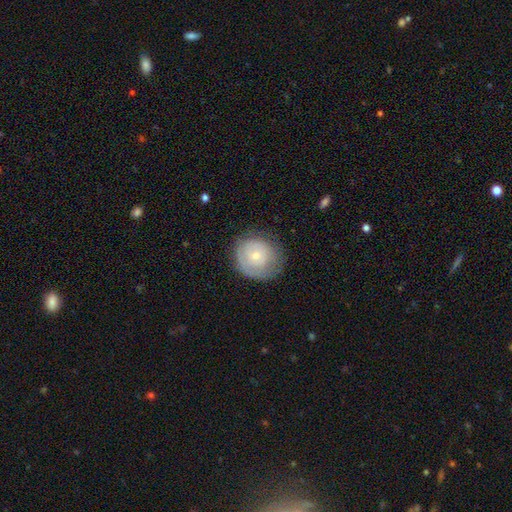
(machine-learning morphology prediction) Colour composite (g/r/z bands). It shows a smooth galaxy with no disk features (55%) that is round (84%). Merging: none (68%).